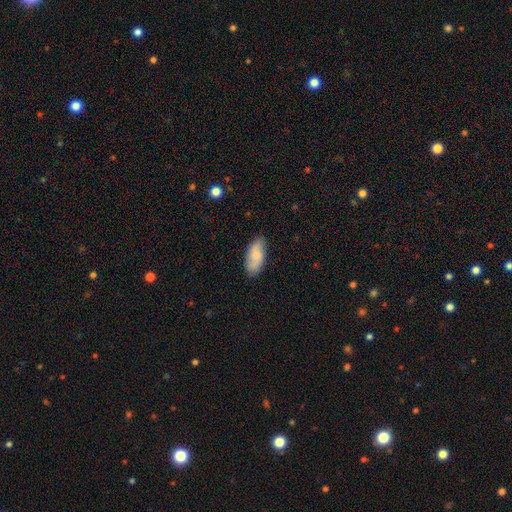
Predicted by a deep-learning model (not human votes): Smooth or featured?
  - smooth: 68% *
  - featured or disk: 26%
  - star or artifact: 7%
How rounded?
  - in between: 88% *
  - cigar-shaped: 9%
  - round: 3%
Merging?
  - none: 81% *
  - minor disturbance: 15%
  - major disturbance: 3%
  - merger: 1%